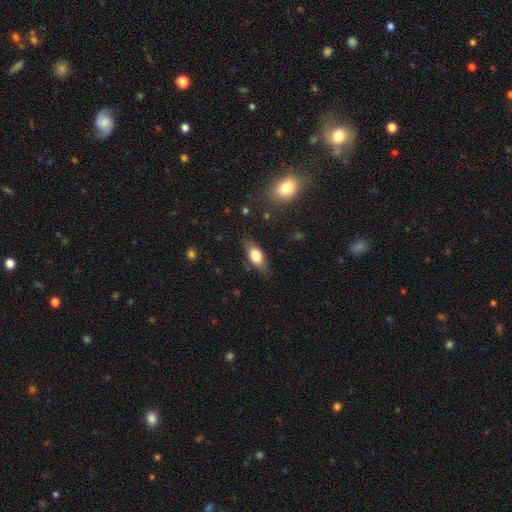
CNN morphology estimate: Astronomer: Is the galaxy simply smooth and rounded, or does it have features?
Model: smooth — 72%.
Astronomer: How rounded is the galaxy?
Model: in between — 82%.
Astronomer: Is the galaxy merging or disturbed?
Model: none — 77%.